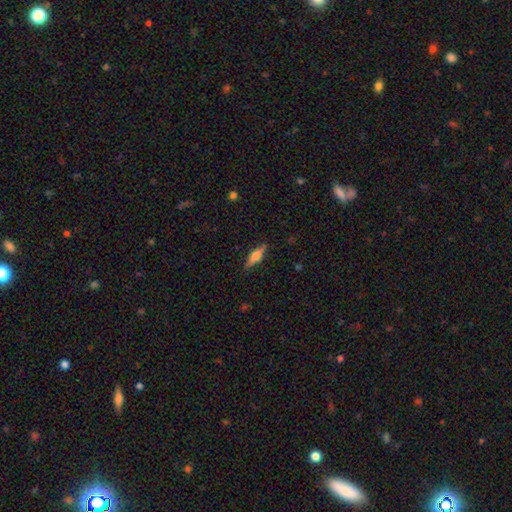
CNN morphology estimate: A smooth galaxy with no disk features (49%). Merging: none (86%).